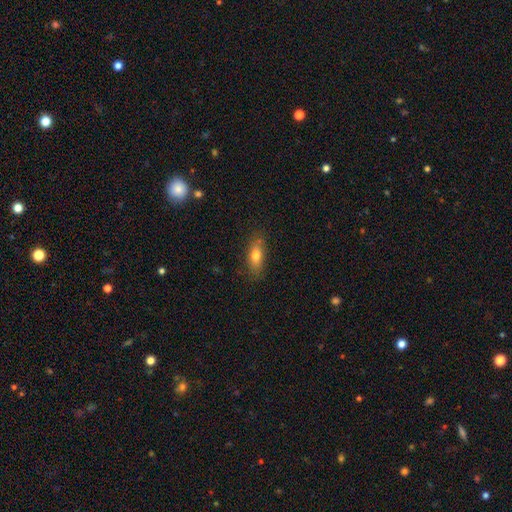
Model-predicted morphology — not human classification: smooth 75%, featured or disk 17%, star or artifact 8%. Down the decision tree: how rounded — in between (75%); merging — none (78%).